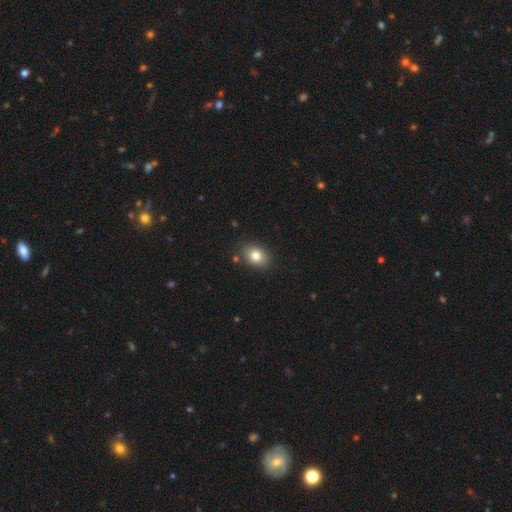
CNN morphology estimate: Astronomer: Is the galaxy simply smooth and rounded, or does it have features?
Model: smooth — 80%.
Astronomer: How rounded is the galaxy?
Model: in between — 66%.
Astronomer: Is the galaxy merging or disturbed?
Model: none — 84%.